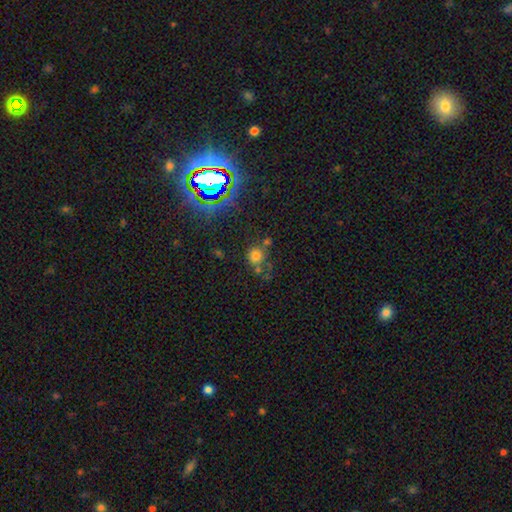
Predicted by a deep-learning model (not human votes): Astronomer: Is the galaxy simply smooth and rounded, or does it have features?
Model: smooth — 69%.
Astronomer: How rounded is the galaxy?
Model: round — 82%.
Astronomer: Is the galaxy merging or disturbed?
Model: none — 55%.